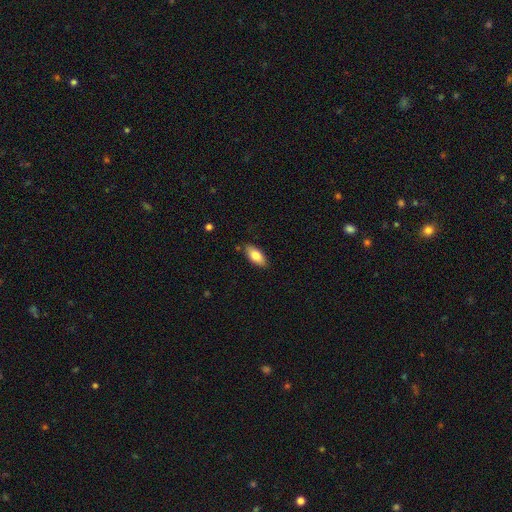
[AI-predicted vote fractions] Overall: smooth (80%). How rounded: in between (88%). Merging: none (86%).